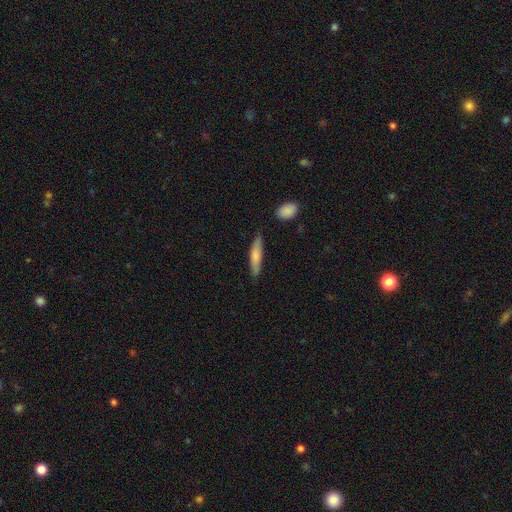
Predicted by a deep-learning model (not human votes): This is likely a smooth galaxy (72%). How rounded: clearly cigar-shaped (83%). Merging: clearly none (81%).